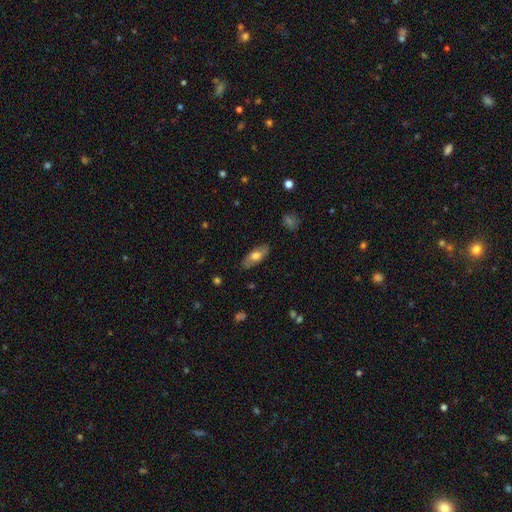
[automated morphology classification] Q: Smooth or featured?
A: smooth (66%); runner-up: featured or disk (28%)
Q: How rounded?
A: in between (79%); runner-up: cigar-shaped (19%)
Q: Merging?
A: none (86%); runner-up: minor disturbance (11%)